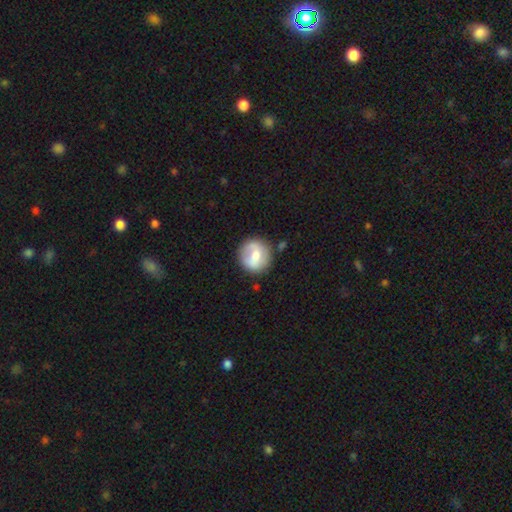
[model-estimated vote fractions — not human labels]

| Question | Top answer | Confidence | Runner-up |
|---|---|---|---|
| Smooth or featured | smooth | 53% | featured or disk (40%) |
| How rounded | round | 91% | in between (8%) |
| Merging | none | 78% | minor disturbance (13%) |